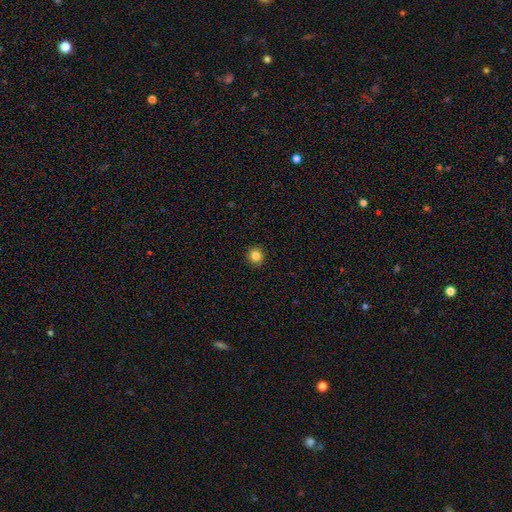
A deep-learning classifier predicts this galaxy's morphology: Smooth or featured? smooth (84%)
How rounded? round (89%)
Merging? none (92%)